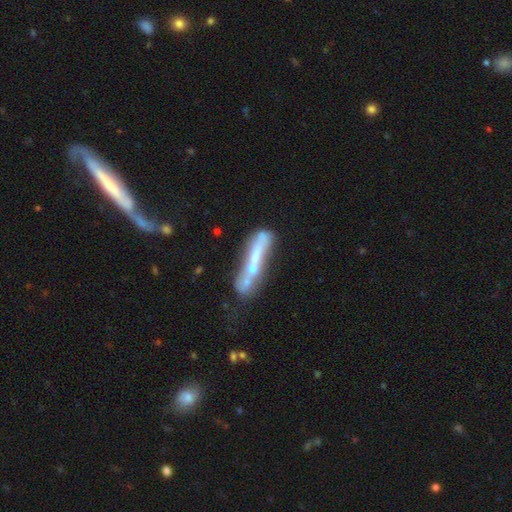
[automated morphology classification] This appears to be a featured or disk galaxy (56%). Merging: merger (40%).